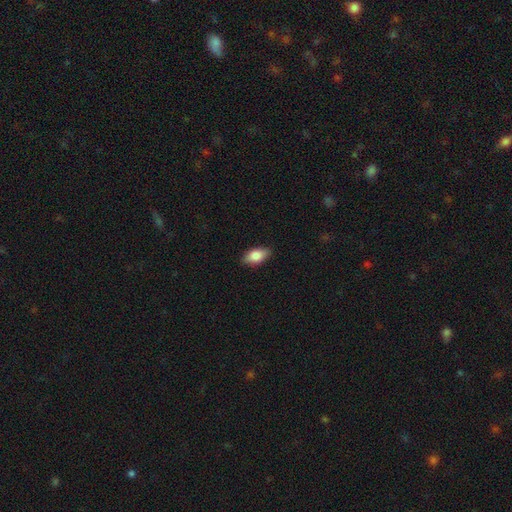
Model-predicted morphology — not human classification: Smooth or featured? smooth (83%)
How rounded? in between (90%)
Merging? none (86%)